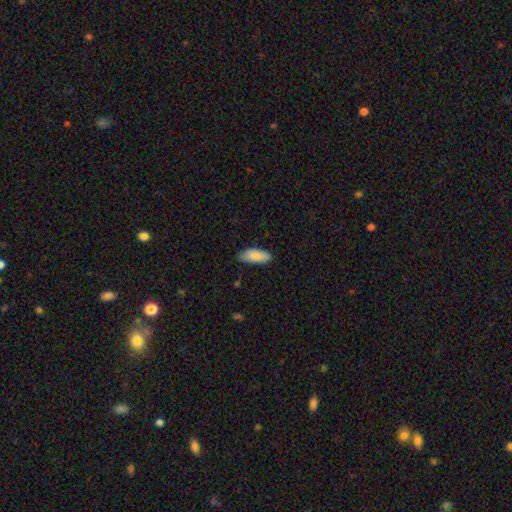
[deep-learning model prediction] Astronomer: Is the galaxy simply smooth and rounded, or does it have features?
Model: smooth — 86%.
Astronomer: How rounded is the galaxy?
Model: in between — 76%.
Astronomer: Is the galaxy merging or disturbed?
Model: none — 75%.